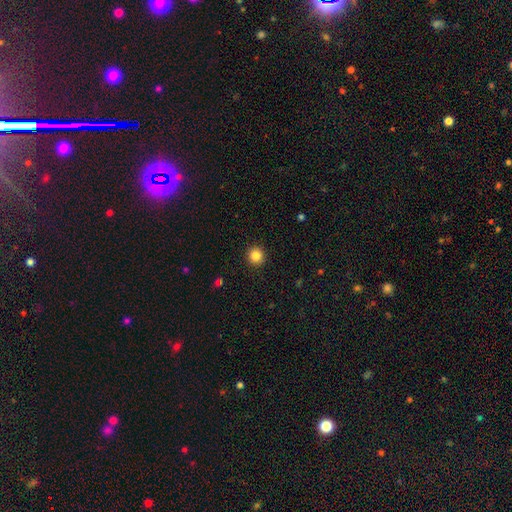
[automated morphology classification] Smooth or featured? smooth (85%)
How rounded? round (93%)
Merging? none (92%)